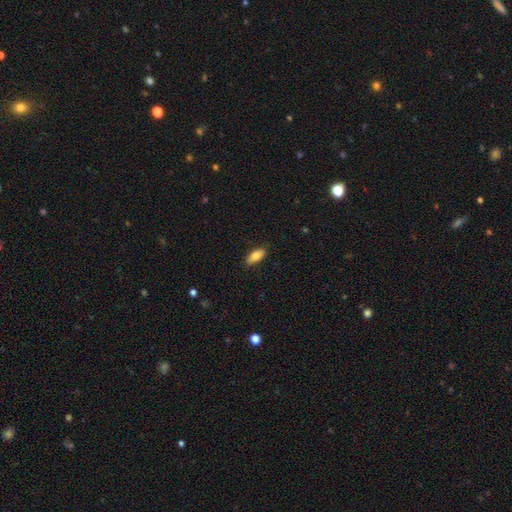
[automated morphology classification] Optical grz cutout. It shows a smooth galaxy with no disk features (77%) that is in between round and cigar-shaped (85%). Merging: none (87%).